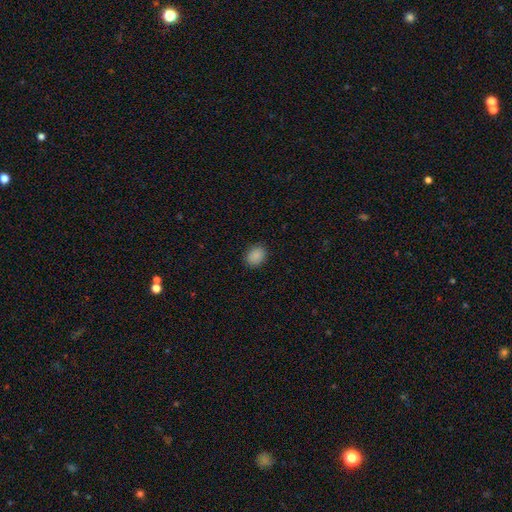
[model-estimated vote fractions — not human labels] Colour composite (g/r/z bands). It shows a smooth galaxy with no disk features (87%) that is in between round and cigar-shaped (53%). Merging: none (87%).